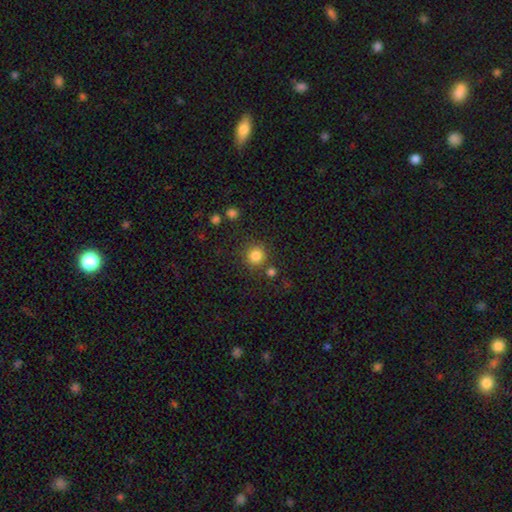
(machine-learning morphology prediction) Smooth or featured? Predicted: smooth (p=0.83). How rounded? Predicted: round (p=0.93). Merging? Predicted: none (p=0.81).